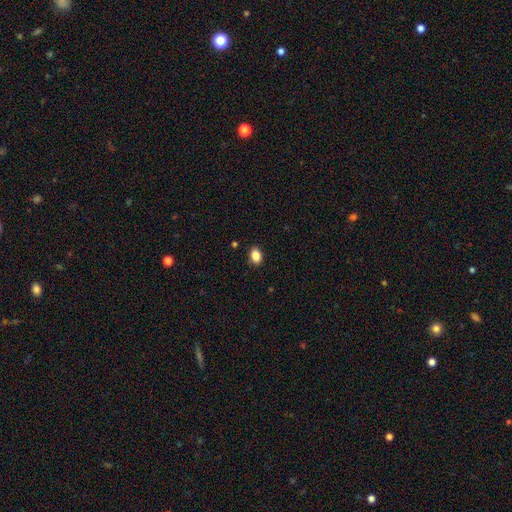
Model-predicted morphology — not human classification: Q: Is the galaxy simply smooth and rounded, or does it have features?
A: smooth — 87%.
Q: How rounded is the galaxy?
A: in between — 78%.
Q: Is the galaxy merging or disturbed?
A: none — 88%.